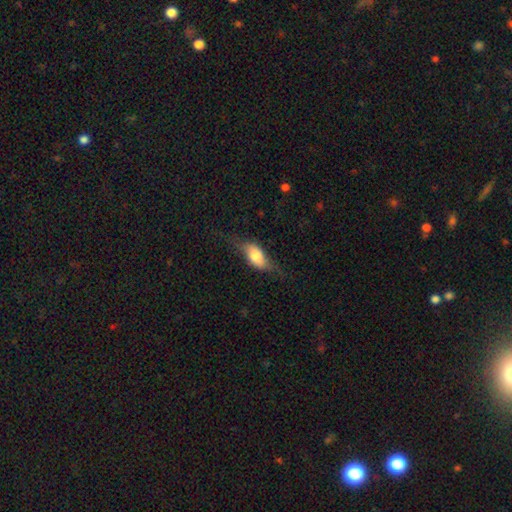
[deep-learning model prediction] The model was most divided on "smooth or featured": smooth: 56%, featured or disk: 36%, star or artifact: 8%. More confident: how rounded — in between (80%); merging — none (55%).